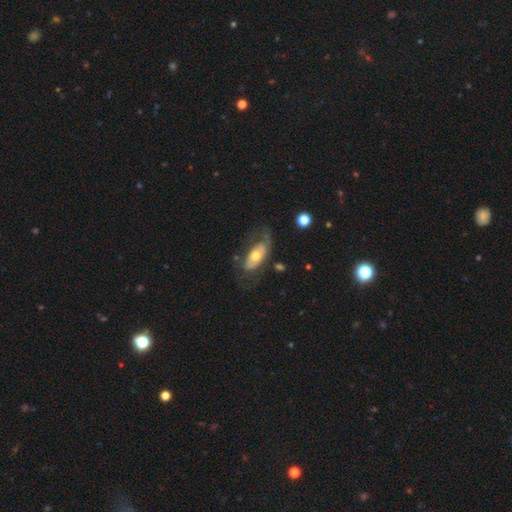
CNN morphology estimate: smooth-or-featured: featured or disk: 56% | smooth: 39% | star or artifact: 6%
  disk-edge-on: no: 86% | yes: 14%
  merging: none: 48% | major disturbance: 26% | minor disturbance: 24% | merger: 3%